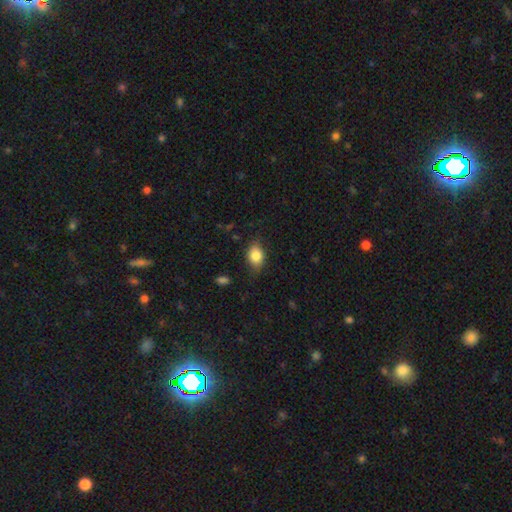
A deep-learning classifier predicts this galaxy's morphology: Smooth or featured? Predicted: smooth (p=0.82). How rounded? Predicted: in between (p=0.71). Merging? Predicted: none (p=0.73).